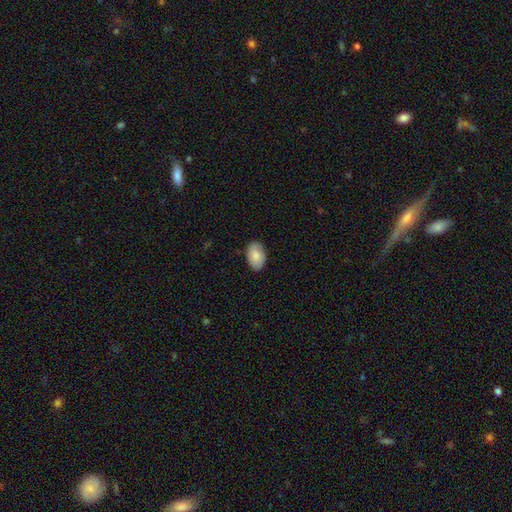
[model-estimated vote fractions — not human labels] A smooth galaxy with no disk features (83%) that is in between round and cigar-shaped (91%). Merging: none (85%).